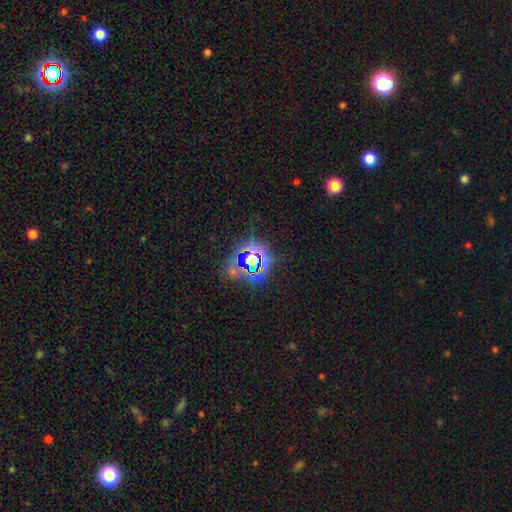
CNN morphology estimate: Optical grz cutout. It shows a star or artifact, not a galaxy (77%).